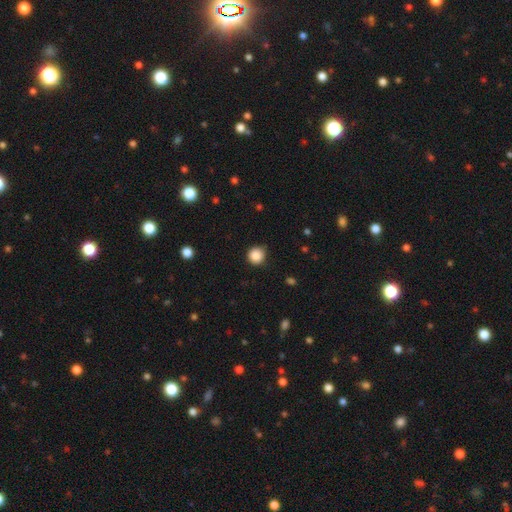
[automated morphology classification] The model was most divided on "merging": none: 85%, minor disturbance: 12%, major disturbance: 2%, merger: 1%. More confident: how rounded — round (94%); smooth or featured — smooth (88%).